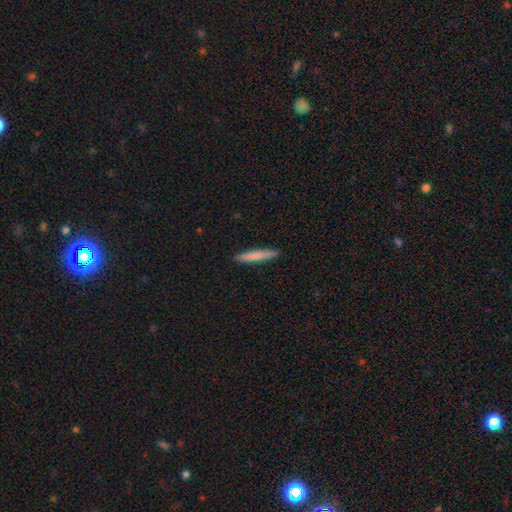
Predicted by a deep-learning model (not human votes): Smooth or featured?
  - smooth: 75% *
  - featured or disk: 19%
  - star or artifact: 5%
How rounded?
  - cigar-shaped: 94% *
  - in between: 4%
  - round: 1%
Merging?
  - none: 92% *
  - minor disturbance: 6%
  - major disturbance: 1%
  - merger: 1%